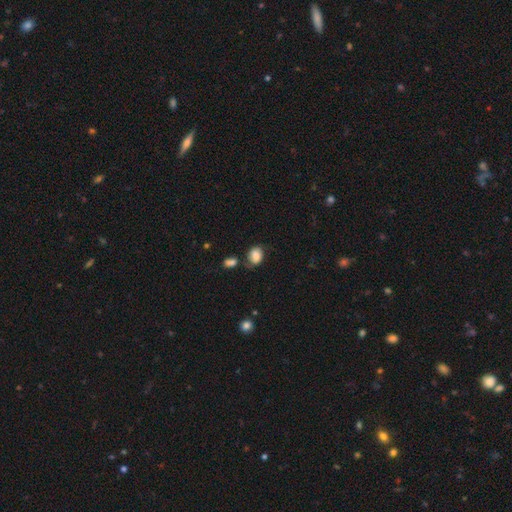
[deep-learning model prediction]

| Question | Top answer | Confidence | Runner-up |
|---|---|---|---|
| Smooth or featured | smooth | 80% | featured or disk (11%) |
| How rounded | in between | 66% | round (32%) |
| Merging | none | 55% | minor disturbance (24%) |